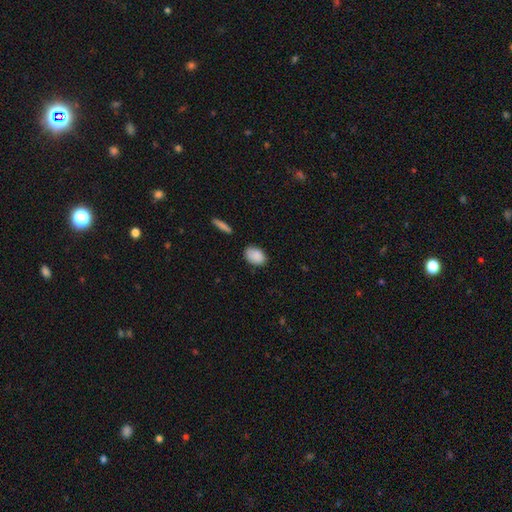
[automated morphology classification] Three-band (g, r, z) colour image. It shows a smooth galaxy with no disk features (87%) that is in between round and cigar-shaped (82%). Merging: none (72%).